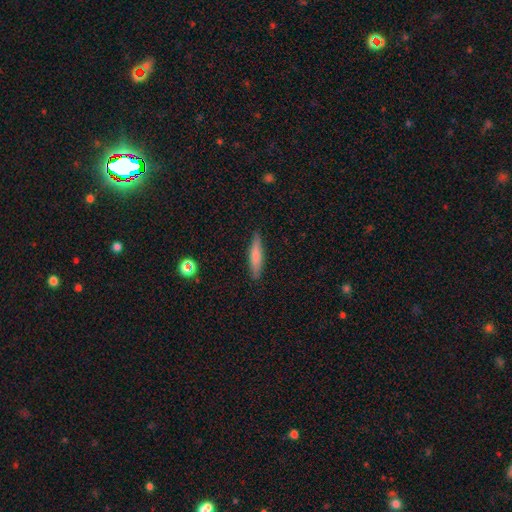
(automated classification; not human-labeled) Overall: smooth (70%). How rounded: cigar-shaped (86%). Merging: none (88%).